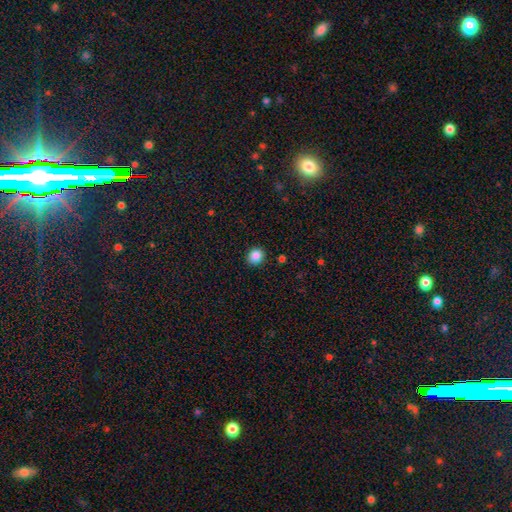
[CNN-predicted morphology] smooth 86%, star or artifact 10%, featured or disk 4%. Down the decision tree: how rounded — round (79%); merging — none (89%).